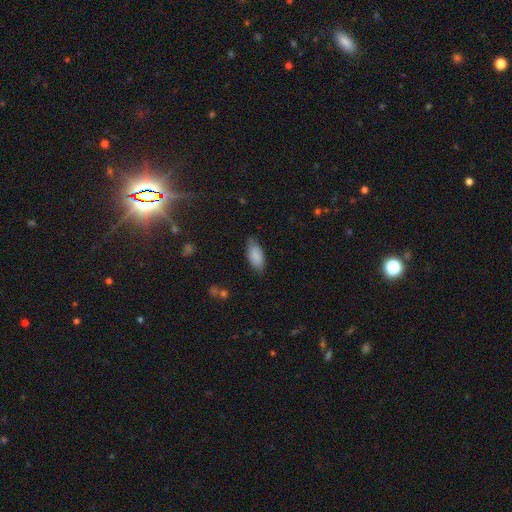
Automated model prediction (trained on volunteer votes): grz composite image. It shows a smooth galaxy with no disk features (85%) that is in between round and cigar-shaped (90%). Merging: none (75%).